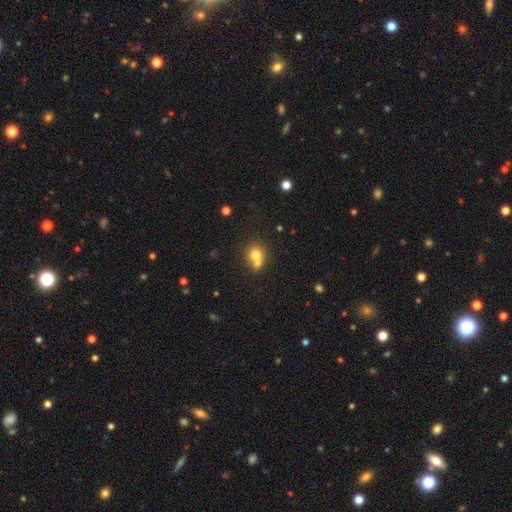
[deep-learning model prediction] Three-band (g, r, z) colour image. It shows a smooth galaxy with no disk features (73%) that is round (73%). Merging: merger (50%).